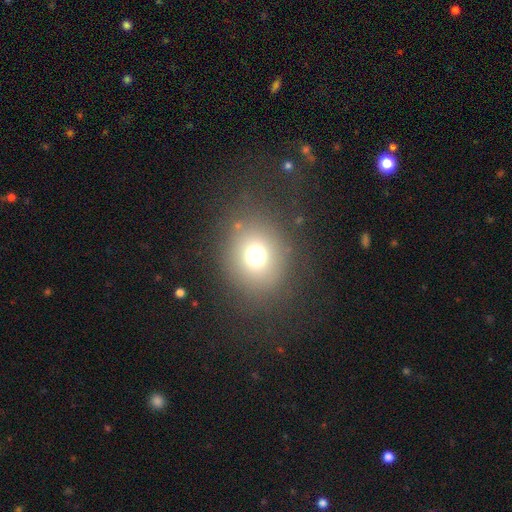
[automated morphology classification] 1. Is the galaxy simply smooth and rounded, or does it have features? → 70% smooth, 19% star or artifact, 11% featured or disk.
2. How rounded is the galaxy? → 77% round, 22% in between, 1% cigar-shaped.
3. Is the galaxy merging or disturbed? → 80% none, 10% minor disturbance, 8% major disturbance, 2% merger.